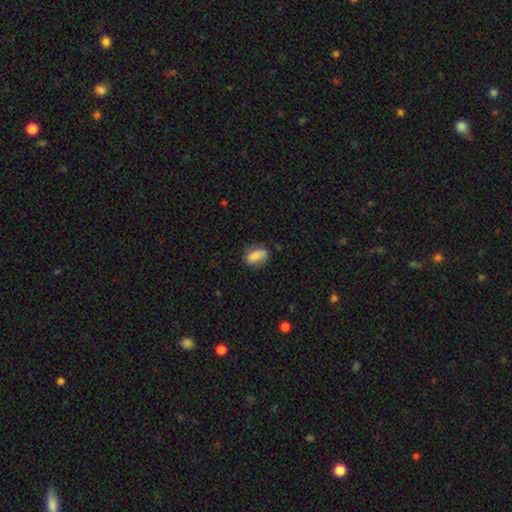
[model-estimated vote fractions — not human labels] Smooth or featured? smooth (81%)
How rounded? in between (83%)
Merging? none (72%)